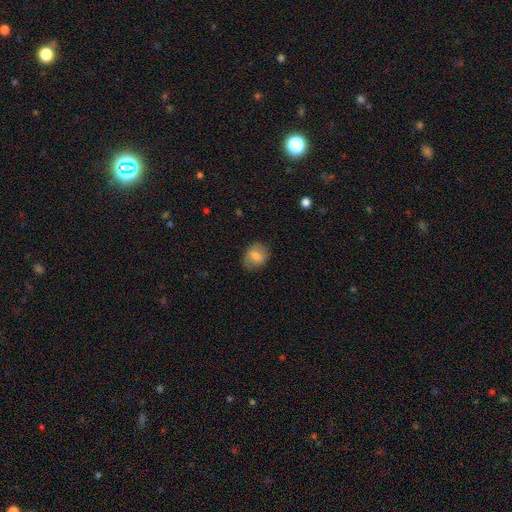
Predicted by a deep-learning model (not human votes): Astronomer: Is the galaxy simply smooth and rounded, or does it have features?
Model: smooth — 76%.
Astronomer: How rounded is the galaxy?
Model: in between — 54% (runner-up: round, 45%).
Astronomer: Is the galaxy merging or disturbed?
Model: none — 79%.